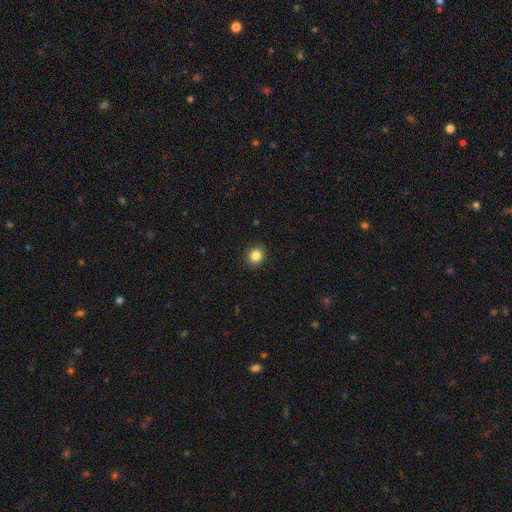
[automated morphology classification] smooth_or_featured: smooth (p=0.85) [alt: star or artifact p=0.11]
how_rounded: round (p=0.74) [alt: in between p=0.25]
merging: none (p=0.89) [alt: minor disturbance p=0.08]